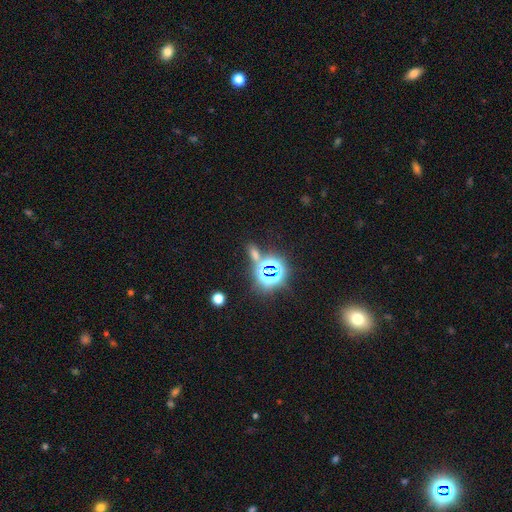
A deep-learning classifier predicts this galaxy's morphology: This appears to be a star or artifact, not a galaxy (63%).